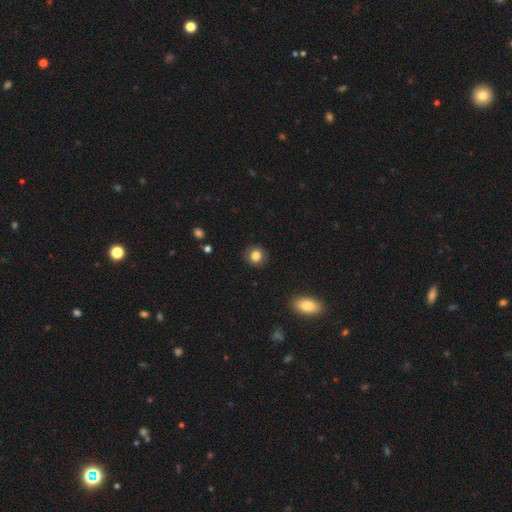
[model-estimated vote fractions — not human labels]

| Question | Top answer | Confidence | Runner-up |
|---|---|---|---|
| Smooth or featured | smooth | 84% | star or artifact (10%) |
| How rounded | round | 87% | in between (12%) |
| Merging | none | 88% | minor disturbance (8%) |